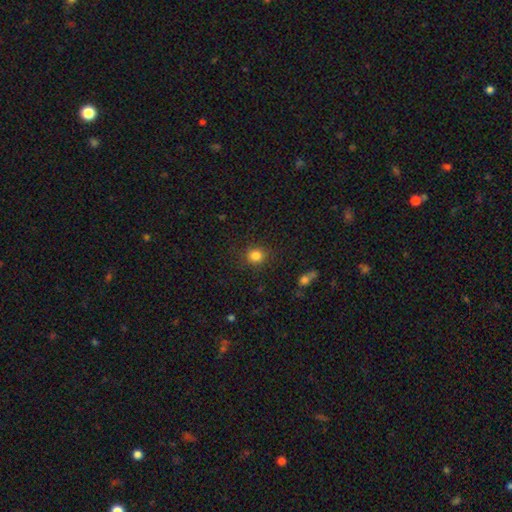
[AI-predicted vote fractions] Smooth or featured? Predicted: smooth (p=0.83). How rounded? Predicted: round (p=0.88). Merging? Predicted: none (p=0.86).